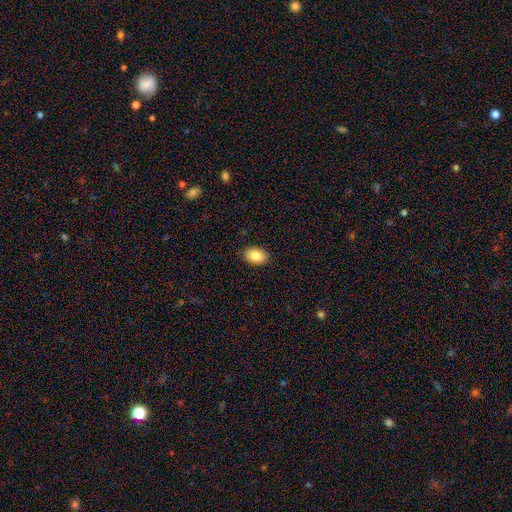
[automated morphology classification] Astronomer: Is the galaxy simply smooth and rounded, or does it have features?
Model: smooth — 87%.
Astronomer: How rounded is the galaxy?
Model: in between — 87%.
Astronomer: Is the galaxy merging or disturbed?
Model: none — 88%.